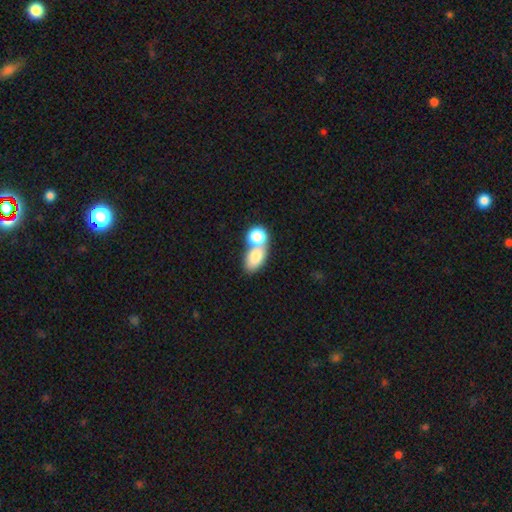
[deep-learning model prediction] Smooth or featured: smooth — 77% (featured or disk — 14%)
How rounded: in between — 81% (round — 16%)
Merging: merger — 60% (none — 29%)